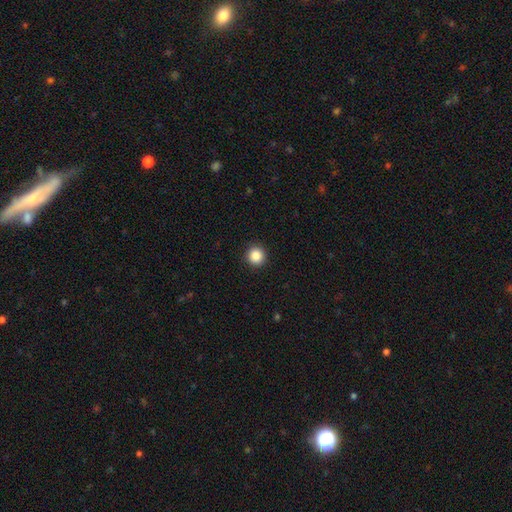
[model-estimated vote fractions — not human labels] Smooth or featured? smooth (87%)
How rounded? round (94%)
Merging? none (93%)